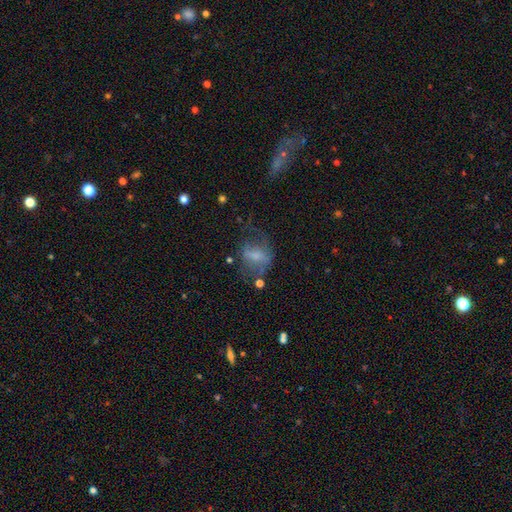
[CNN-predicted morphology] Q: Smooth or featured?
A: smooth (44%); tied with: featured or disk (44%)
Q: Merging?
A: none (38%); runner-up: major disturbance (33%)